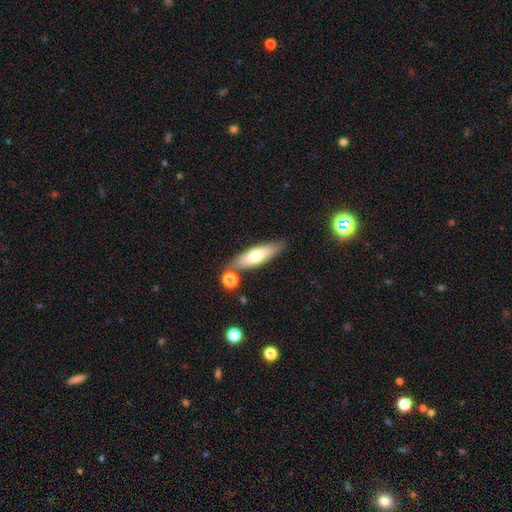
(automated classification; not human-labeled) This is likely a smooth galaxy (65%). How rounded: possibly cigar-shaped (57%). Merging: likely none (68%).